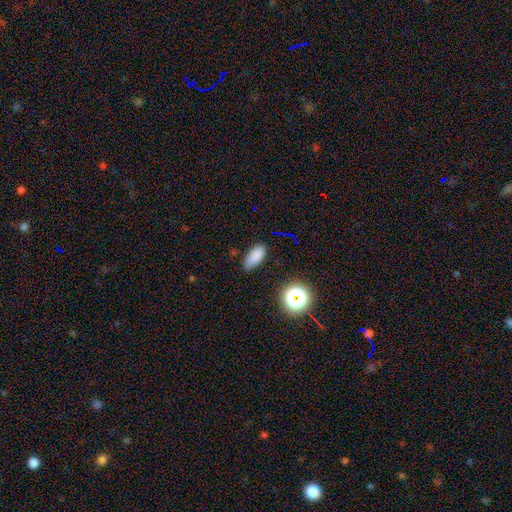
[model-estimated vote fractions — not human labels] This appears to be a smooth galaxy with no disk features (81%) that is in between round and cigar-shaped (84%). Merging: none (77%).